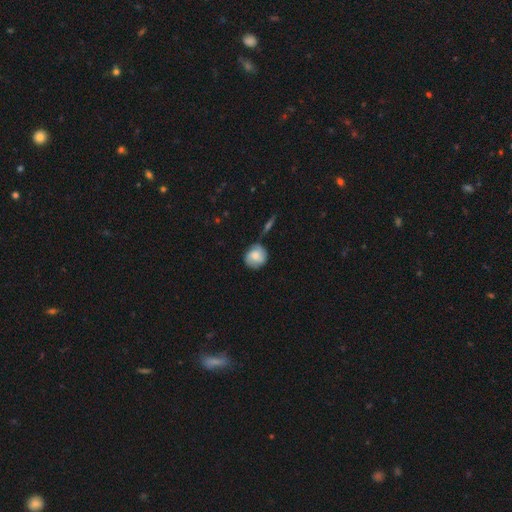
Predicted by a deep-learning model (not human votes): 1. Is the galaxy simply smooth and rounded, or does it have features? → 60% smooth, 33% featured or disk, 7% star or artifact.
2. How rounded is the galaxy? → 84% round, 15% in between, 1% cigar-shaped.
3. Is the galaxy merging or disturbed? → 66% none, 22% minor disturbance, 6% major disturbance, 6% merger.